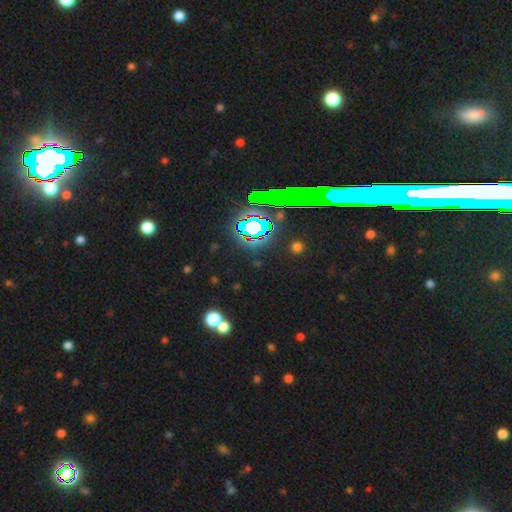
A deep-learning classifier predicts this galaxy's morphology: This appears to be a star or artifact, not a galaxy (73%).